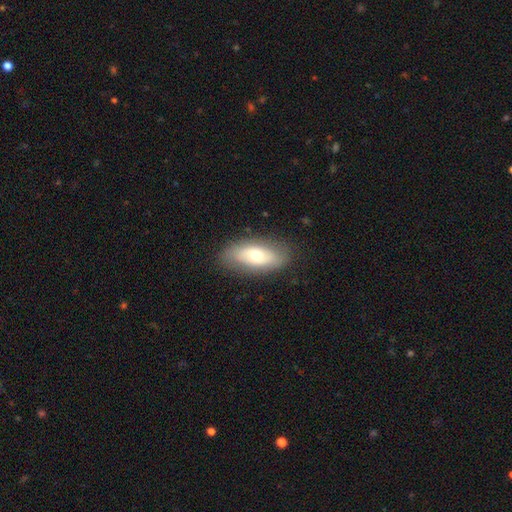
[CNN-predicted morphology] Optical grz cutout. It shows a smooth galaxy with no disk features (58%) that is in between round and cigar-shaped (87%). Merging: none (83%).